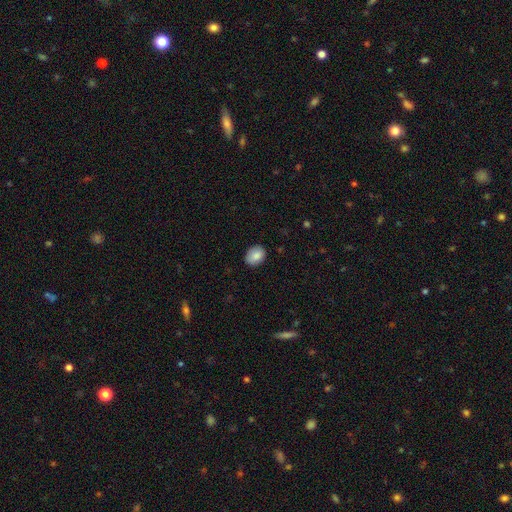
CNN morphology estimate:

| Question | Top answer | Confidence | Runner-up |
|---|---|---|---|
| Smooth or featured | smooth | 85% | featured or disk (7%) |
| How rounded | in between | 65% | round (34%) |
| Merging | none | 84% | minor disturbance (13%) |